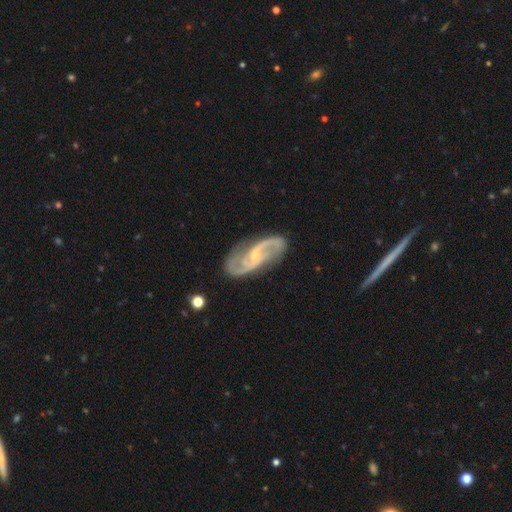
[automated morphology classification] type=featured or disk (89%); edge-on=no (96%); bar=weak (46%); spiral arms=yes (97%); winding=medium (46%); arm count=2 (87%); bulge=small (71%); merging=none (78%).